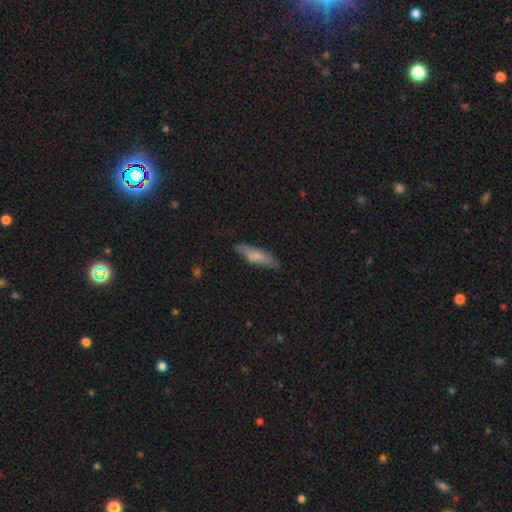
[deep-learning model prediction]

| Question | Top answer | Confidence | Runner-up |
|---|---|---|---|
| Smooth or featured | smooth | 73% | featured or disk (21%) |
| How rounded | cigar-shaped | 65% | in between (34%) |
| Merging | none | 77% | minor disturbance (18%) |